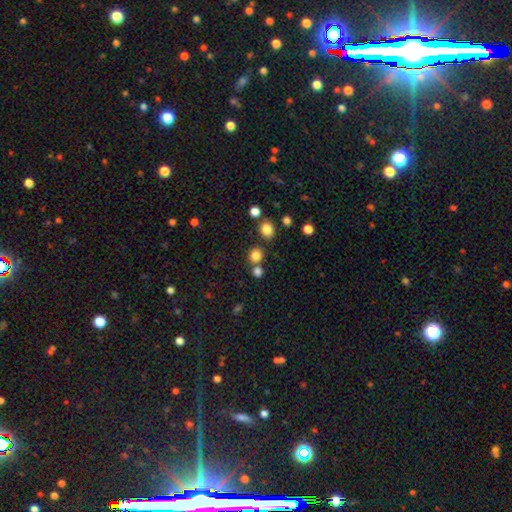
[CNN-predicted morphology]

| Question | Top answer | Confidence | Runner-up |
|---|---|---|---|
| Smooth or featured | smooth | 80% | star or artifact (14%) |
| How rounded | round | 84% | in between (15%) |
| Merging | none | 70% | merger (19%) |